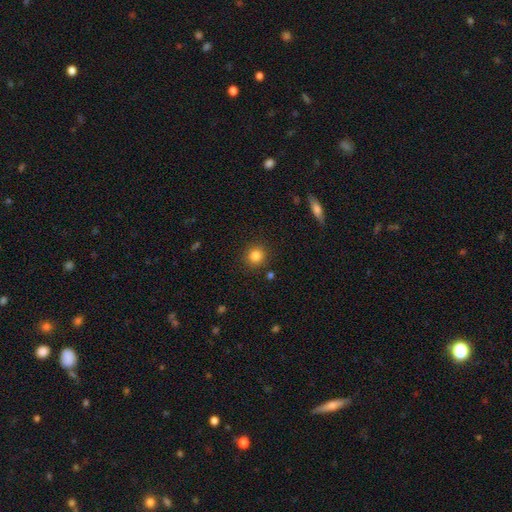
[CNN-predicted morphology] This appears to be a smooth galaxy with no disk features (83%) that is round (91%). Merging: none (90%).